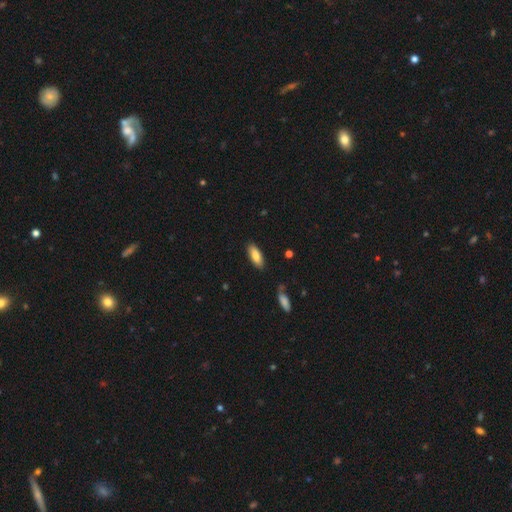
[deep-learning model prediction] This is clearly a smooth galaxy (82%). How rounded: likely in between (72%). Merging: clearly none (85%).